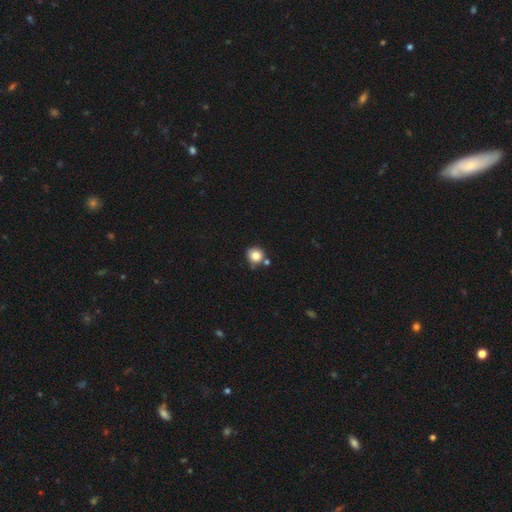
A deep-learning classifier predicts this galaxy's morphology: This appears to be a smooth galaxy with no disk features (82%) that is round (89%). Merging: none (70%).